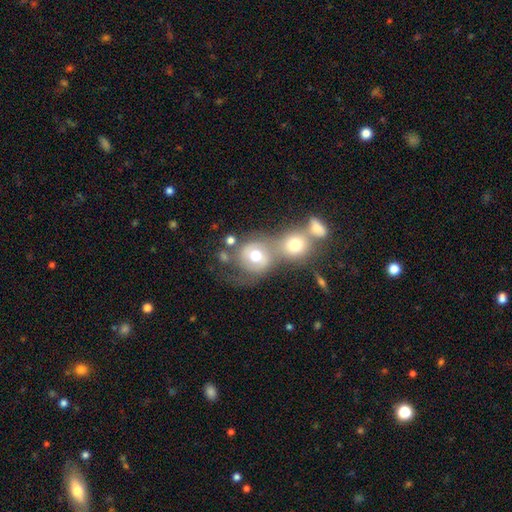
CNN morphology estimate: This is possibly a smooth galaxy (52%). How rounded: likely round (76%). Merging: possibly merger (54%).